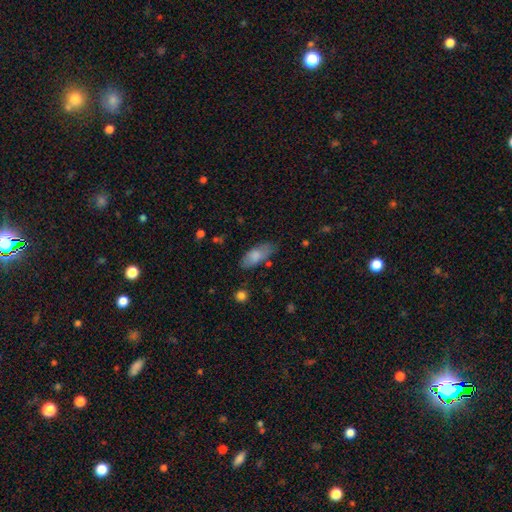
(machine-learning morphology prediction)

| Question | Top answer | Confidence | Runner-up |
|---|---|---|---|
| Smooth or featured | smooth | 80% | featured or disk (13%) |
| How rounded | in between | 82% | cigar-shaped (16%) |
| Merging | none | 69% | minor disturbance (22%) |